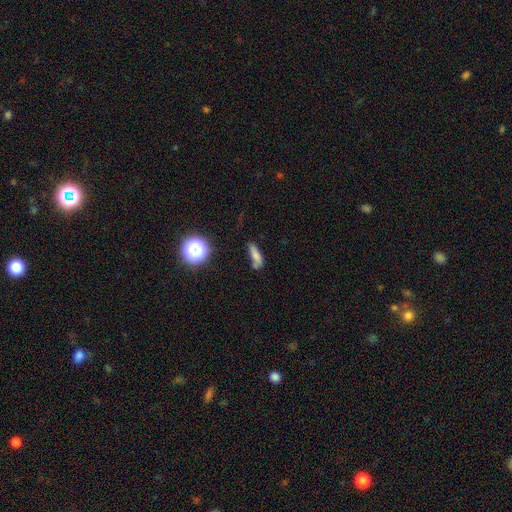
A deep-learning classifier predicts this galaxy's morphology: This is likely a smooth galaxy (71%). How rounded: possibly cigar-shaped (47%). Merging: possibly none (55%).